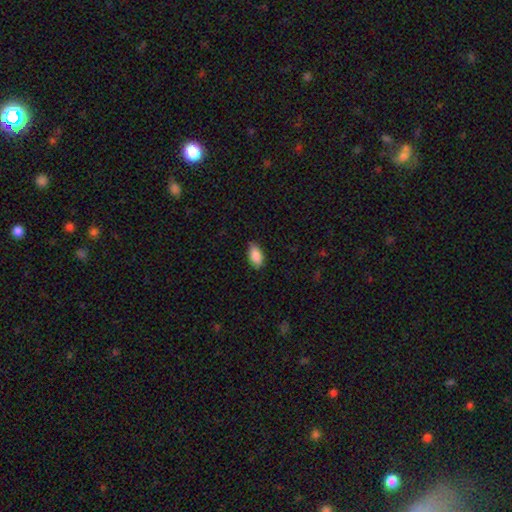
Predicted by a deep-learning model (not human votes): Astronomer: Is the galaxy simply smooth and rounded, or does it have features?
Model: smooth — 89%.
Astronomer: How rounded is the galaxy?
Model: in between — 93%.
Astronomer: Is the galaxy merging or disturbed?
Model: none — 83%.